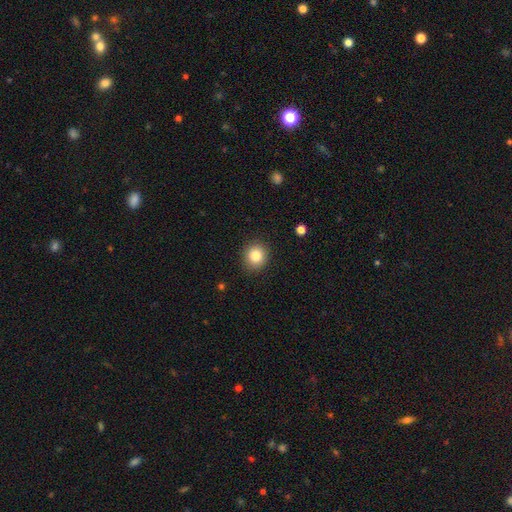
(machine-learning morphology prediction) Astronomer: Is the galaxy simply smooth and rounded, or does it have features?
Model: smooth — 84%.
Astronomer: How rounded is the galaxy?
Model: round — 83%.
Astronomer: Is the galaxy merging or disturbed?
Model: none — 89%.